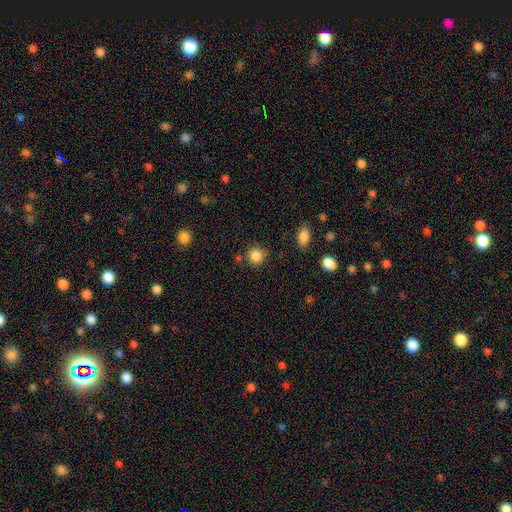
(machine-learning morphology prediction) Smooth or featured: smooth — 86% (star or artifact — 11%)
How rounded: round — 90% (in between — 9%)
Merging: none — 81% (minor disturbance — 11%)